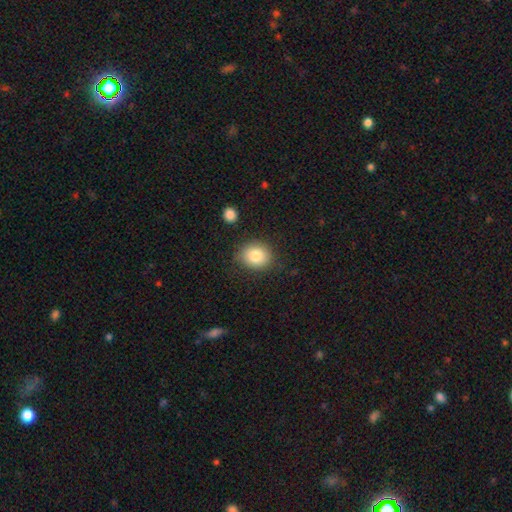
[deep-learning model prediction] Smooth or featured? smooth (83%)
How rounded? round (69%)
Merging? none (81%)